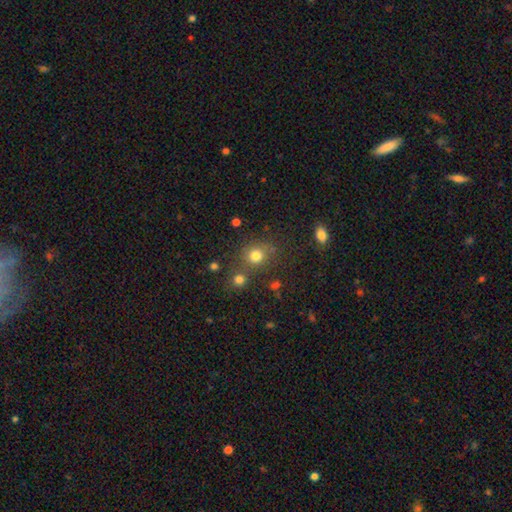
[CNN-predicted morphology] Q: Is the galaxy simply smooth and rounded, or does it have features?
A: smooth — 78%.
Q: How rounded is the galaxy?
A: round — 83%.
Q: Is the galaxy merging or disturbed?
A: none — 70%.